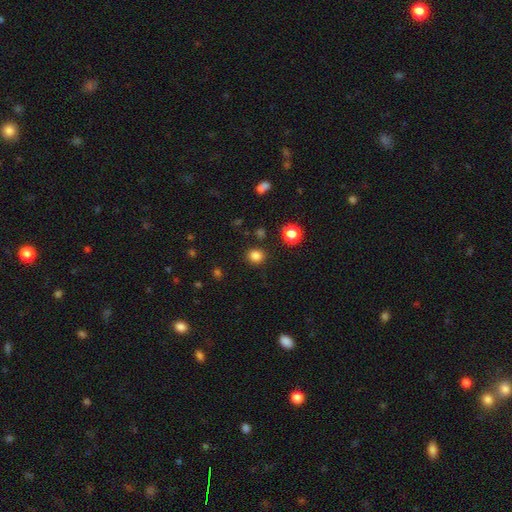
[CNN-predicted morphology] smooth-or-featured: smooth: 83% | star or artifact: 13% | featured or disk: 4%
  how-rounded: round: 84% | in between: 15% | cigar-shaped: 1%
  merging: none: 88% | minor disturbance: 7% | major disturbance: 3% | merger: 2%